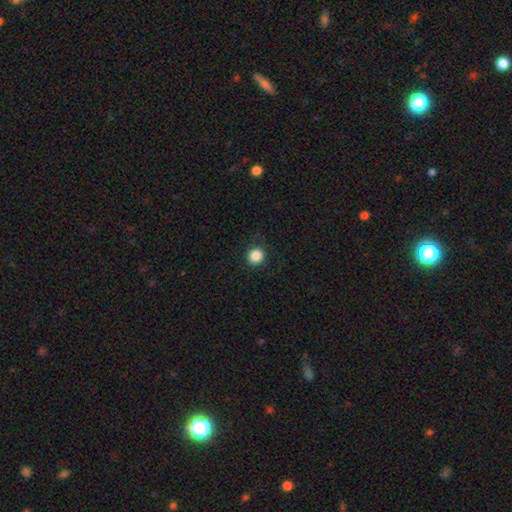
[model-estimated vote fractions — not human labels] Smooth or featured: smooth — 86% (star or artifact — 10%)
How rounded: round — 89% (in between — 10%)
Merging: none — 88% (minor disturbance — 9%)